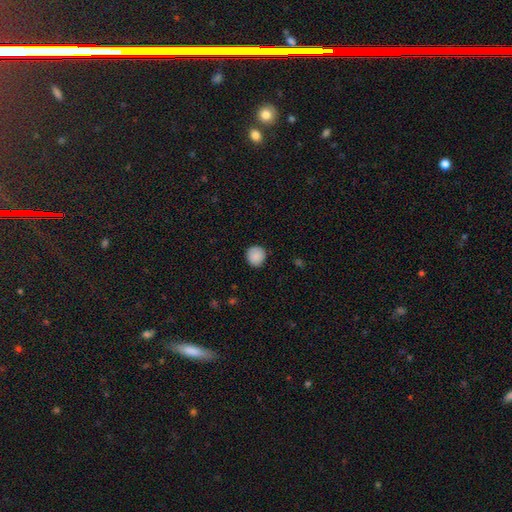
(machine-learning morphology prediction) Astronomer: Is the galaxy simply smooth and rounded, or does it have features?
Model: smooth — 88%.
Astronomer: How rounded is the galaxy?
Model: round — 92%.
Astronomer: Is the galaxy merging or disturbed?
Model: none — 88%.